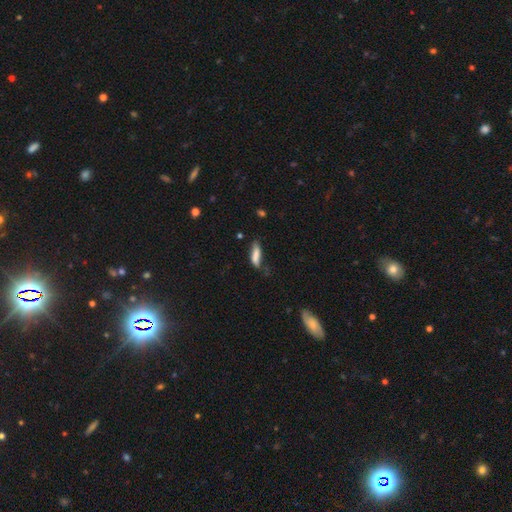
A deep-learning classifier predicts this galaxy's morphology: smooth 75%, featured or disk 17%, star or artifact 8%. Down the decision tree: how rounded — cigar-shaped (56%); merging — none (47%).